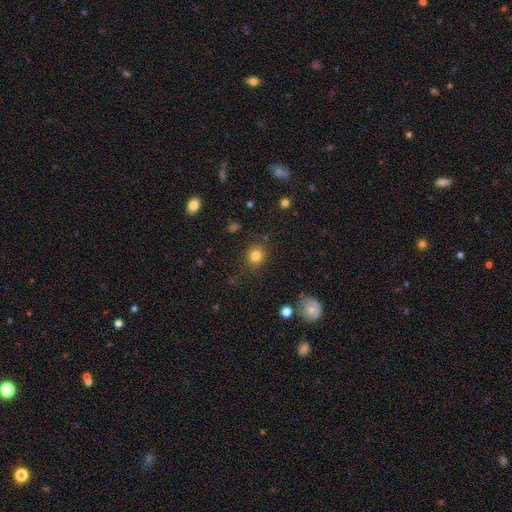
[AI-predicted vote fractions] Smooth or featured? Predicted: smooth (p=0.81). How rounded? Predicted: round (p=0.77). Merging? Predicted: none (p=0.84).